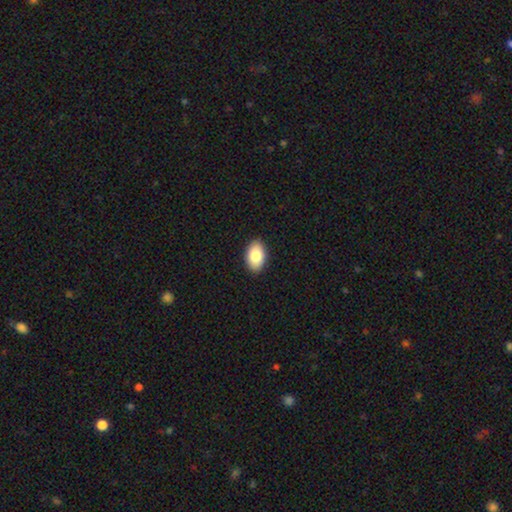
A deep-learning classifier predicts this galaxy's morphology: smooth_or_featured: smooth (p=0.84) [alt: featured or disk p=0.09]
how_rounded: in between (p=0.92) [alt: round p=0.07]
merging: none (p=0.91) [alt: minor disturbance p=0.07]